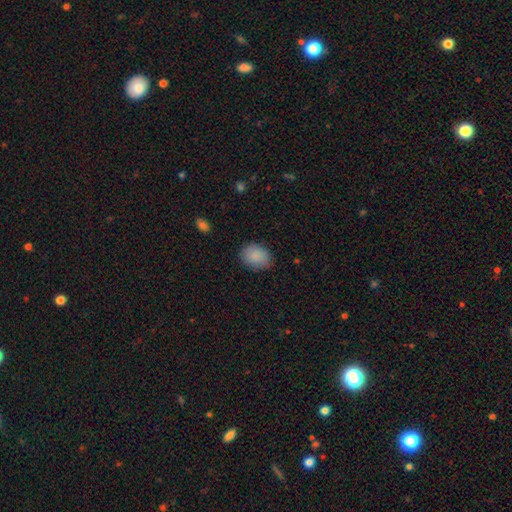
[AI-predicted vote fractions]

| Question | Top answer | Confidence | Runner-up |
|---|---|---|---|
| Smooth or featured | smooth | 88% | star or artifact (7%) |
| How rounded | in between | 63% | round (36%) |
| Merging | none | 83% | minor disturbance (13%) |